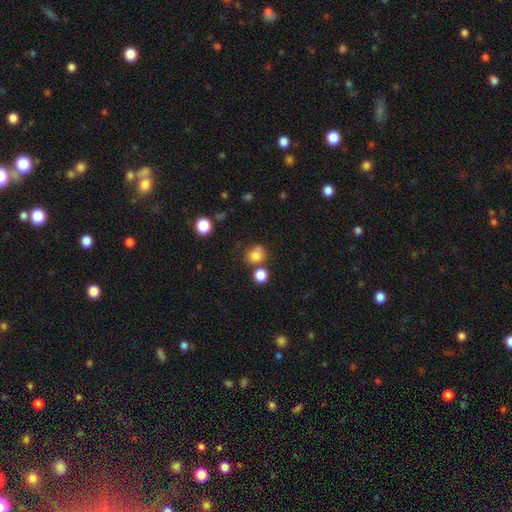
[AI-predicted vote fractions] smooth 79%, star or artifact 13%, featured or disk 8%. Down the decision tree: how rounded — round (77%); merging — none (58%).